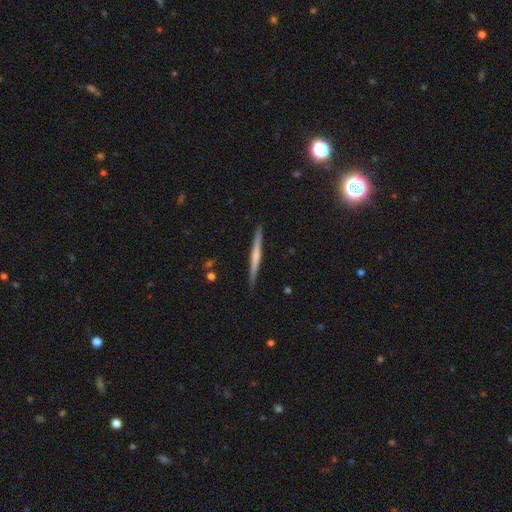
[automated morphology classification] This appears to be a featured or disk galaxy (57%) viewed edge-on (98%) with no central bulge (57%). Merging: none (90%).